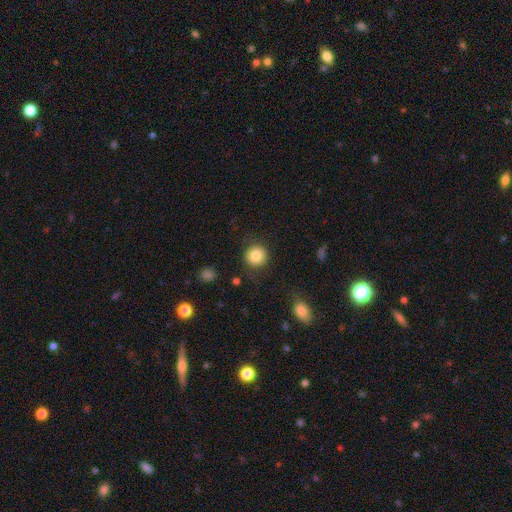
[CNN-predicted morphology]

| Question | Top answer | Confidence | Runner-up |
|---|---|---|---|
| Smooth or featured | smooth | 83% | star or artifact (9%) |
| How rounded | round | 93% | in between (6%) |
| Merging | none | 86% | minor disturbance (9%) |